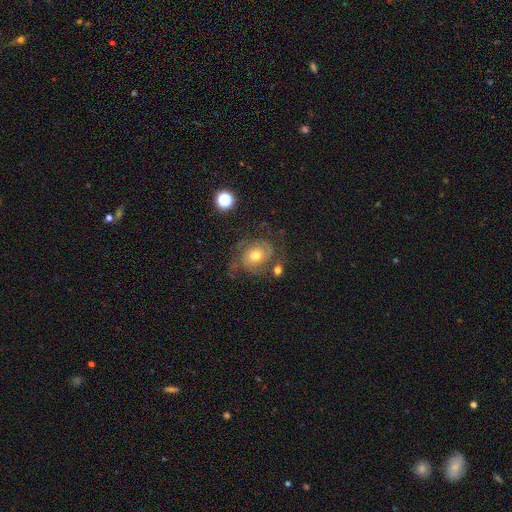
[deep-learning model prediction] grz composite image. It shows a featured or disk galaxy (77%) with no bar (78%), 2 (43%) tight (54%) spiral arms (91%) and a moderate central bulge (71%). Merging: none (60%).